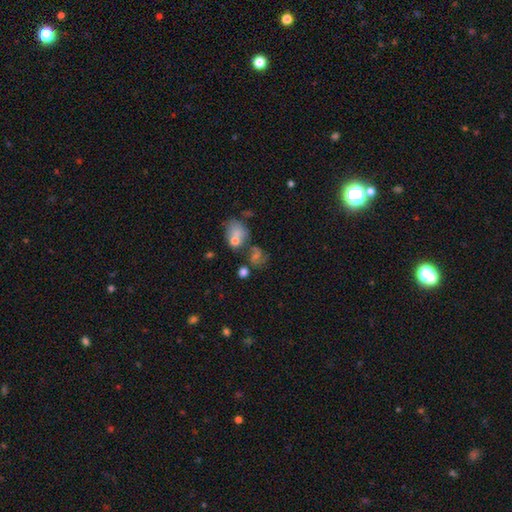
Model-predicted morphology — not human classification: Smooth or featured? star or artifact (40%)